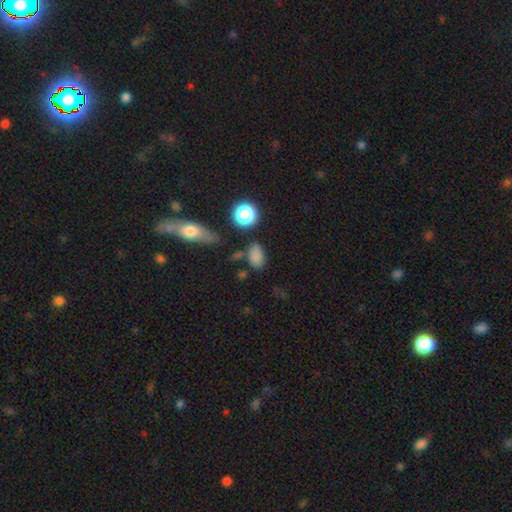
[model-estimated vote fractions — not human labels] Smooth or featured? smooth (79%)
How rounded? in between (82%)
Merging? none (67%)